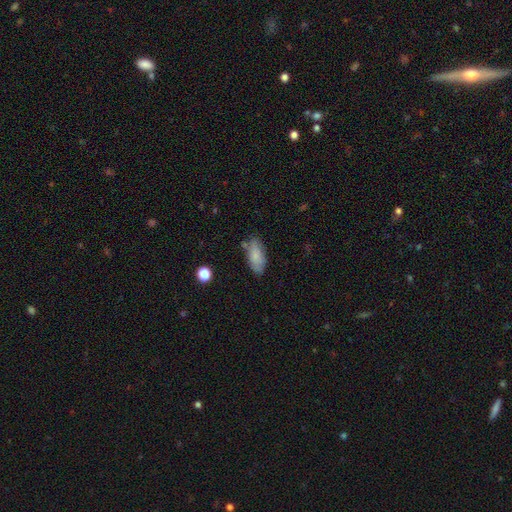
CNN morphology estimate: This is clearly a smooth galaxy (80%). How rounded: clearly in between (87%). Merging: likely none (73%).